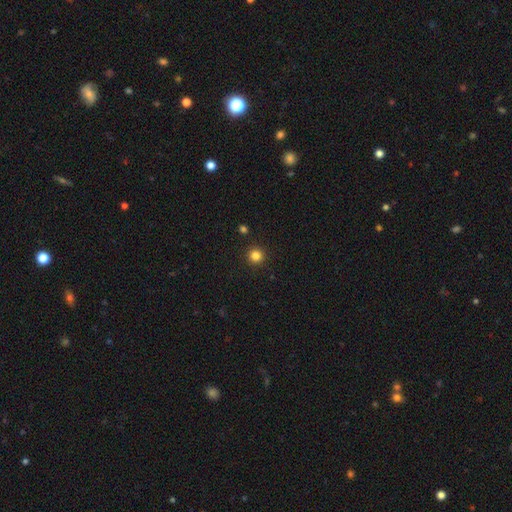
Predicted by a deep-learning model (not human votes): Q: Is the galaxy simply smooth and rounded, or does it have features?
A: smooth — 83%.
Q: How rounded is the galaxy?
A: round — 95%.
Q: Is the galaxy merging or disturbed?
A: none — 92%.